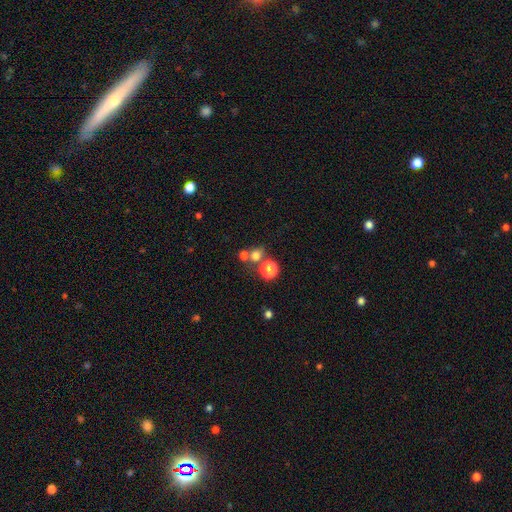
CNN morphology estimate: This appears to be a smooth galaxy with no disk features (71%) that is round (74%). Merging: none (56%).